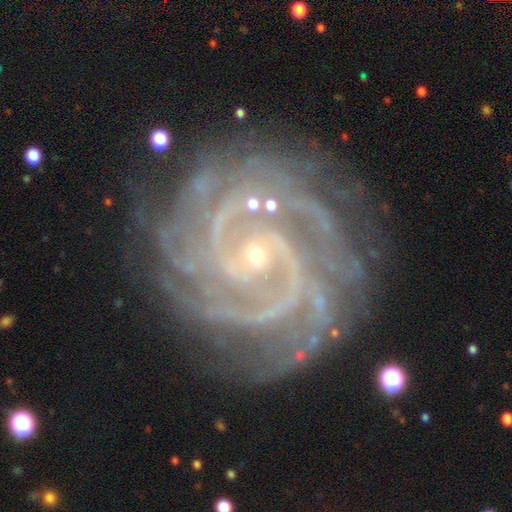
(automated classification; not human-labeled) Smooth or featured? featured or disk (92%)
Edge-on disk? no (98%)
Bar? no (58%)
Spiral arms? yes (99%)
Spiral winding? tight (77%)
Spiral arm count? 2 (29%)
Bulge size? small (84%)
Merging? none (79%)